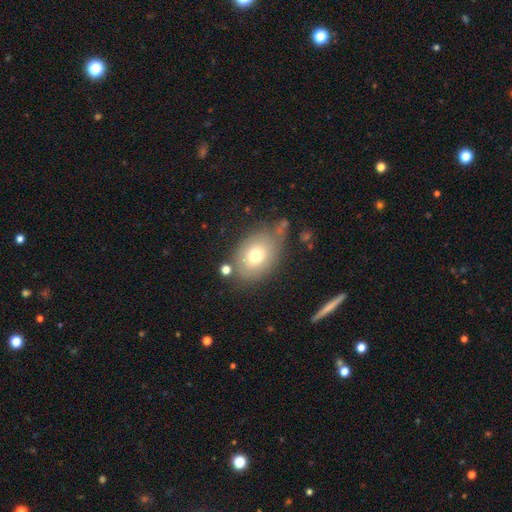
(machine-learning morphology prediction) Smooth or featured: smooth — 69% (featured or disk — 21%)
How rounded: in between — 68% (round — 31%)
Merging: none — 59% (minor disturbance — 22%)